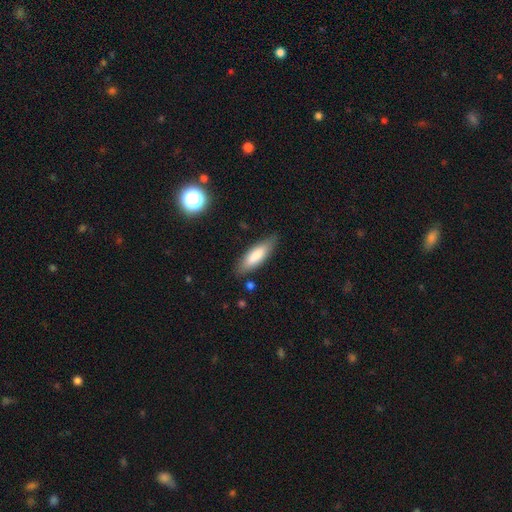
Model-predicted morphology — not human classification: type=smooth (79%); roundness=in between (50%); merging=none (83%).